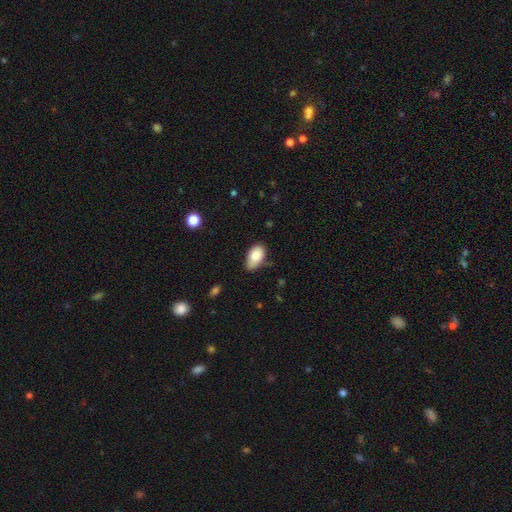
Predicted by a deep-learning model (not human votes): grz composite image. It shows a smooth galaxy with no disk features (84%) that is in between round and cigar-shaped (93%). Merging: none (60%).